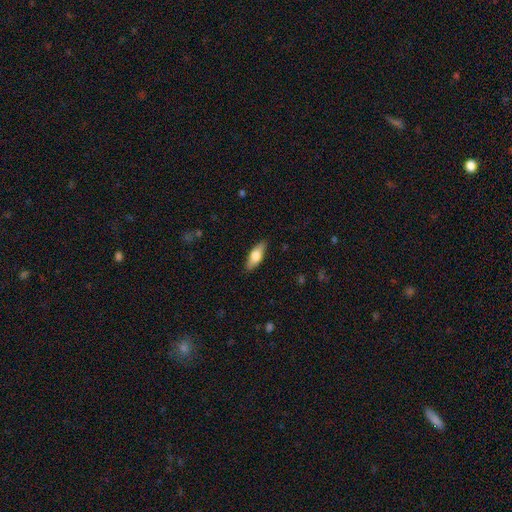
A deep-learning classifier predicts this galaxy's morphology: smooth-or-featured: smooth: 63% | featured or disk: 31% | star or artifact: 6%
  how-rounded: in between: 64% | cigar-shaped: 33% | round: 3%
  merging: none: 88% | minor disturbance: 9% | major disturbance: 2% | merger: 1%